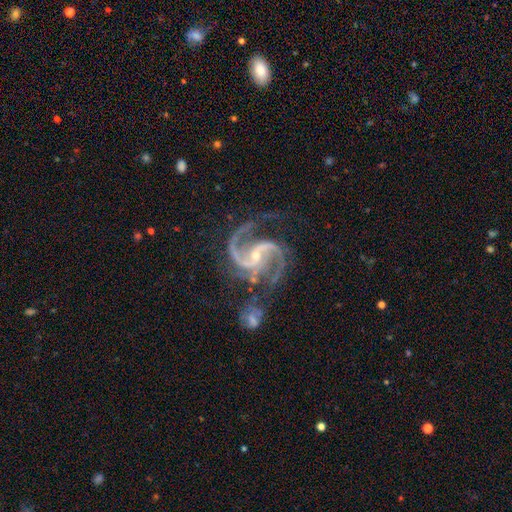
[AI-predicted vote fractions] Smooth or featured: featured or disk — 94% (star or artifact — 5%)
Edge-on disk: no — 98% (yes — 2%)
Bar: weak — 40% (no — 30%)
Spiral arms: yes — 99% (no — 1%)
Spiral winding: medium — 66% (loose — 18%)
Spiral arm count: 2 — 76% (3 — 13%)
Bulge size: small — 71% (moderate — 26%)
Merging: none — 57% (minor disturbance — 21%)